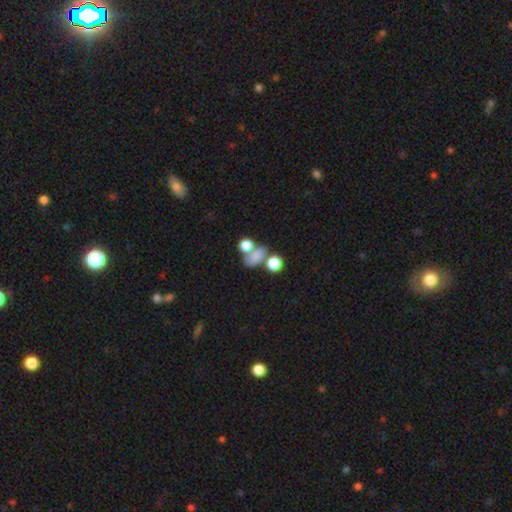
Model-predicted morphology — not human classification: type=smooth (75%); roundness=in between (63%); merging=none (41%).